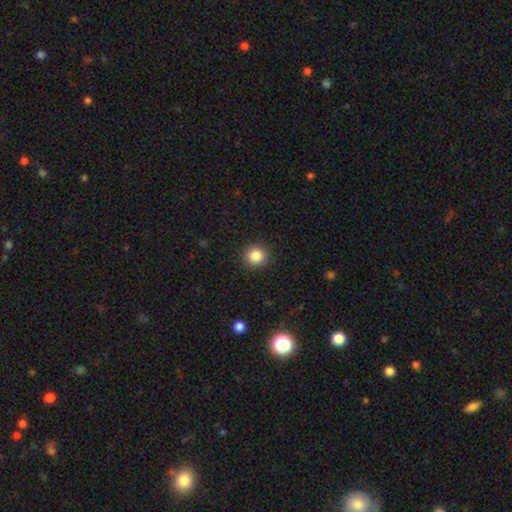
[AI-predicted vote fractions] Q: Smooth or featured?
A: smooth (85%); runner-up: star or artifact (10%)
Q: How rounded?
A: round (90%); runner-up: in between (9%)
Q: Merging?
A: none (91%); runner-up: minor disturbance (6%)